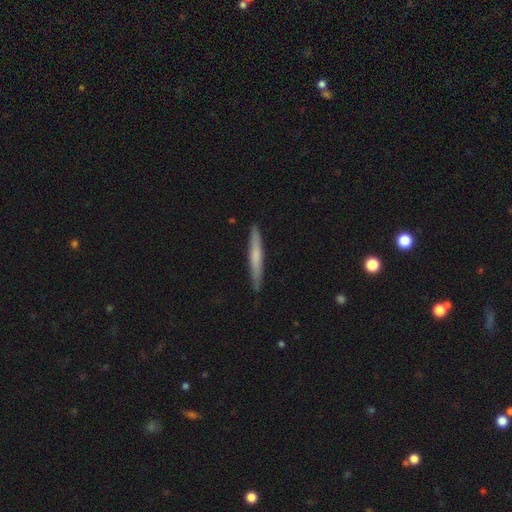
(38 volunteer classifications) smooth 61%, featured or disk 32%, star or artifact 8%. Down the decision tree: how rounded — cigar-shaped (96%); merging — none (77%).